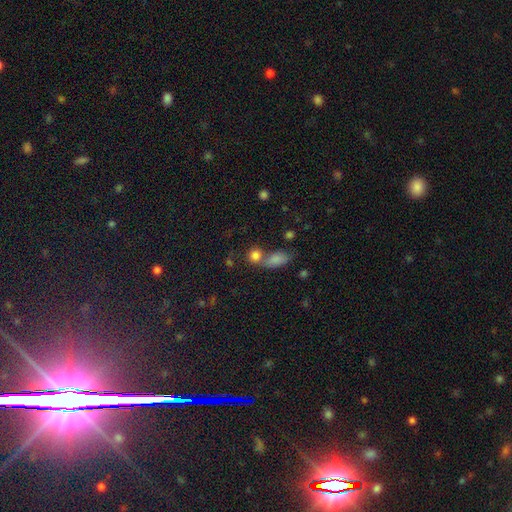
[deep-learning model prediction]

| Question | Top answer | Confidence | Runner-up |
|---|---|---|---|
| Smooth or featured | smooth | 81% | star or artifact (12%) |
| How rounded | round | 68% | in between (29%) |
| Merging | none | 47% | merger (39%) |